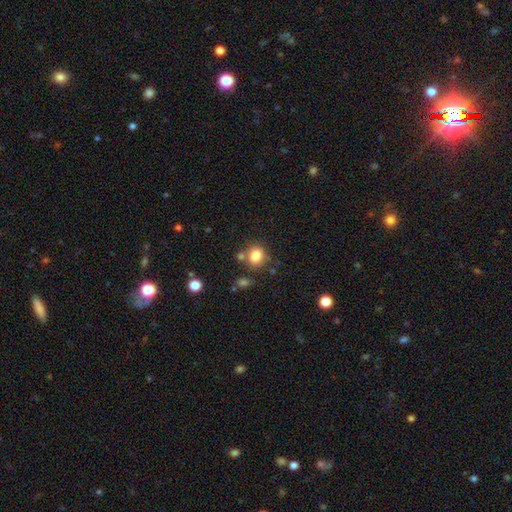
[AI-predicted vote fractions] smooth_or_featured: smooth (p=0.83) [alt: star or artifact p=0.10]
how_rounded: round (p=0.57) [alt: in between p=0.42]
merging: none (p=0.67) [alt: minor disturbance p=0.15]